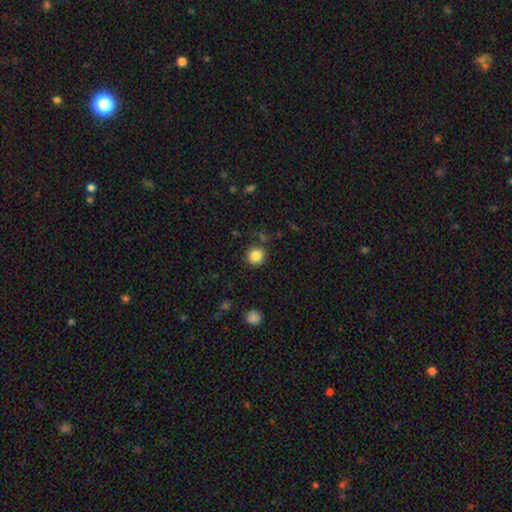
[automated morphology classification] A smooth galaxy with no disk features (85%) that is round (91%).

Vote fractions:
- Smooth or featured? smooth: 85% / star or artifact: 11% / featured or disk: 5%
- How rounded? round: 91% / in between: 8% / cigar-shaped: 1%
- Merging? none: 87% / minor disturbance: 8% / merger: 3% / major disturbance: 3%